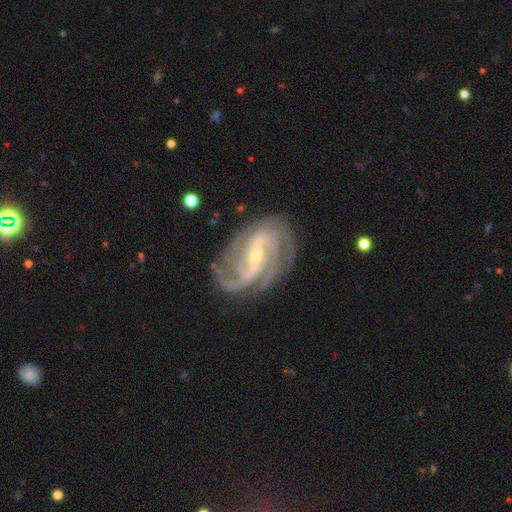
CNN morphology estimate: Q: Smooth or featured?
A: featured or disk (92%); runner-up: star or artifact (5%)
Q: Edge-on disk?
A: no (97%); runner-up: yes (3%)
Q: Bar?
A: strong (46%); runner-up: weak (39%)
Q: Spiral arms?
A: yes (98%); runner-up: no (2%)
Q: Spiral winding?
A: tight (46%); runner-up: medium (45%)
Q: Spiral arm count?
A: 3 (33%); runner-up: 4 (22%)
Q: Bulge size?
A: small (64%); runner-up: moderate (33%)
Q: Merging?
A: none (76%); runner-up: minor disturbance (16%)